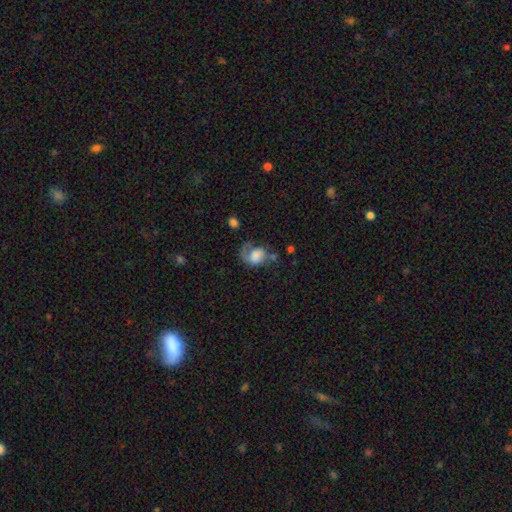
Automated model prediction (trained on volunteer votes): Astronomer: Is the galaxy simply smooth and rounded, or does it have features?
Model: smooth — 49% (runner-up: featured or disk, 42%).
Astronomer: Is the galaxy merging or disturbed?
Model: major disturbance — 39% (runner-up: none, 30%).